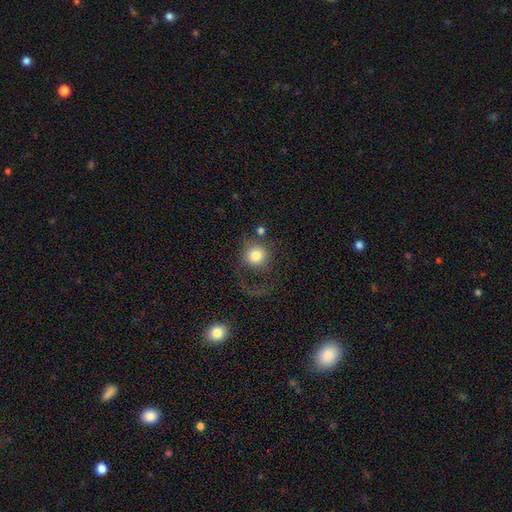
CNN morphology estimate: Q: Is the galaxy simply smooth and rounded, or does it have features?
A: smooth — 78%.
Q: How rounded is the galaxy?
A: round — 88%.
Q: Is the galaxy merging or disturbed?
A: none — 45%.